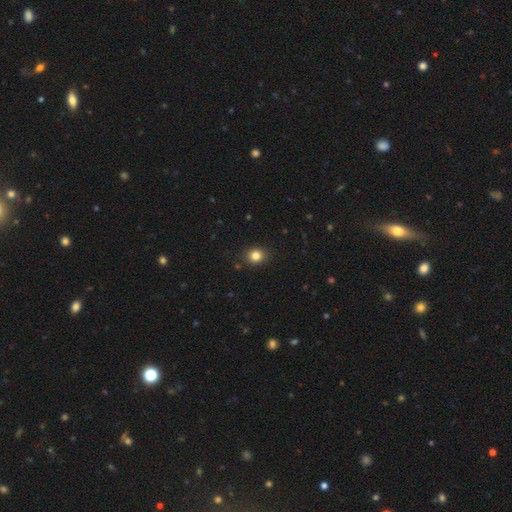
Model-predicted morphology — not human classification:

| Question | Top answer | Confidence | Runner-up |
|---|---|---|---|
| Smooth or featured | smooth | 83% | star or artifact (12%) |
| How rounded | round | 72% | in between (27%) |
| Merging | none | 88% | minor disturbance (8%) |